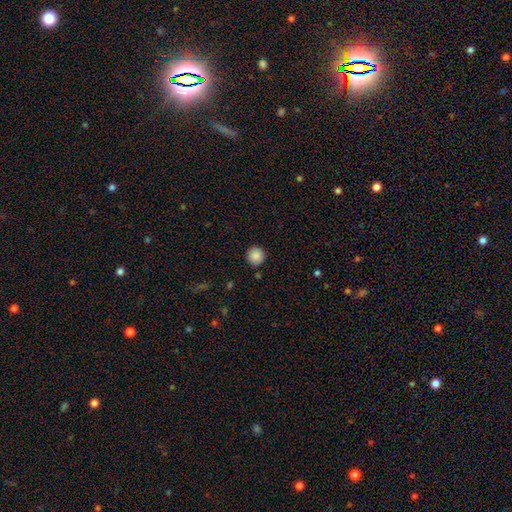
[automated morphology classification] smooth 88%, star or artifact 9%, featured or disk 3%. Down the decision tree: how rounded — round (94%); merging — none (89%).